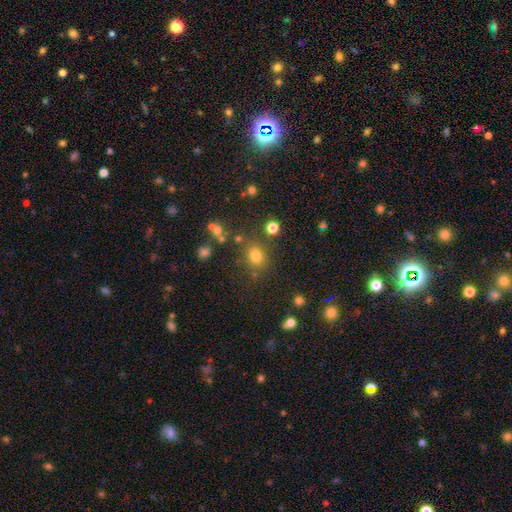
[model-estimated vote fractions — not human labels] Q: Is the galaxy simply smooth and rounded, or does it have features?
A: smooth — 74%.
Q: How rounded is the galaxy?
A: round — 66%.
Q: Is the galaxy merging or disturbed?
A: none — 76%.